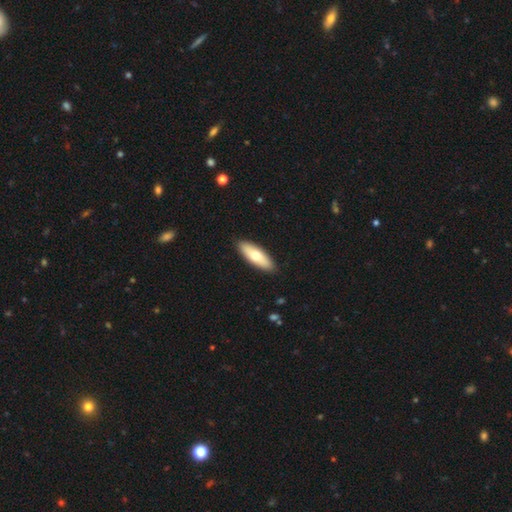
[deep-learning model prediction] Smooth or featured? smooth (66%)
How rounded? in between (62%)
Merging? none (90%)